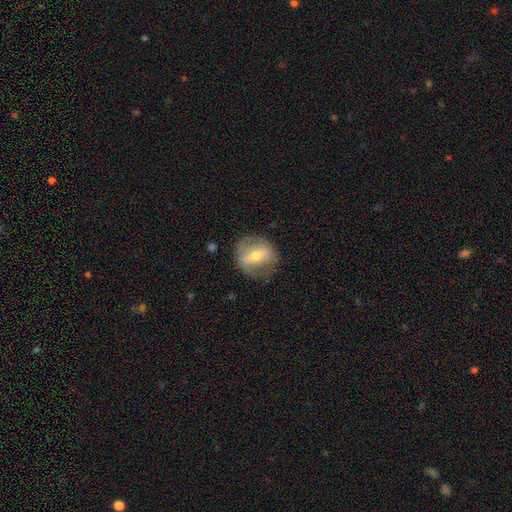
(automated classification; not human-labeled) smooth-or-featured: featured or disk: 58% | smooth: 35% | star or artifact: 7%
  disk-edge-on: no: 93% | yes: 7%
    bar: strong: 41% | weak: 39% | no: 20%
    has-spiral-arms: yes: 55% | no: 45%
    bulge-size: moderate: 63% | small: 29% | large: 5% | none: 1% | dominant: 1%
  merging: none: 70% | minor disturbance: 19% | major disturbance: 10% | merger: 1%